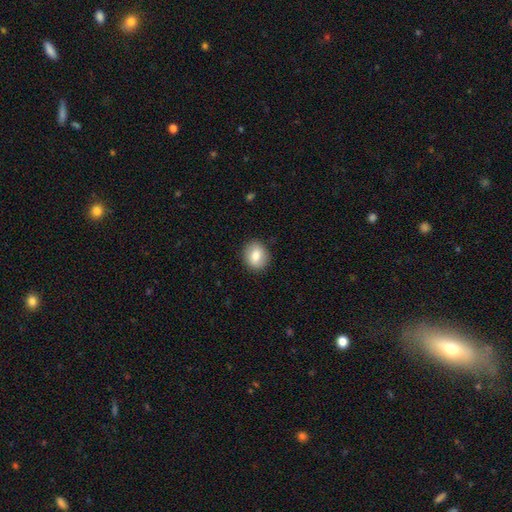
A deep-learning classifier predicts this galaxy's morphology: smooth-or-featured: smooth: 78% | featured or disk: 14% | star or artifact: 8%
  how-rounded: round: 67% | in between: 32% | cigar-shaped: 1%
  merging: none: 88% | minor disturbance: 9% | major disturbance: 2% | merger: 1%